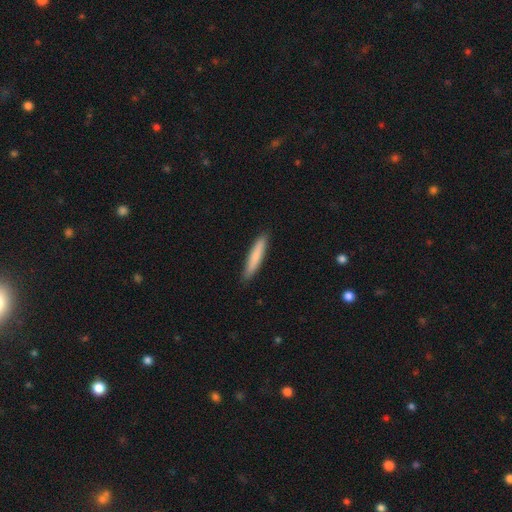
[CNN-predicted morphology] Smooth or featured? smooth (80%)
How rounded? cigar-shaped (92%)
Merging? none (90%)